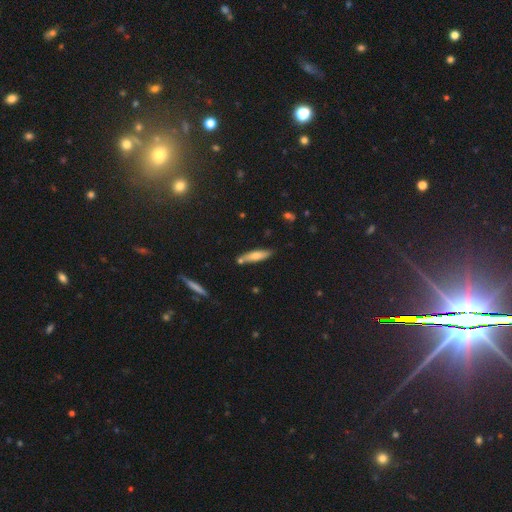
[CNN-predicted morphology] Overall: smooth (65%; featured or disk 28%). How rounded: cigar-shaped (74%). Merging: none (76%).